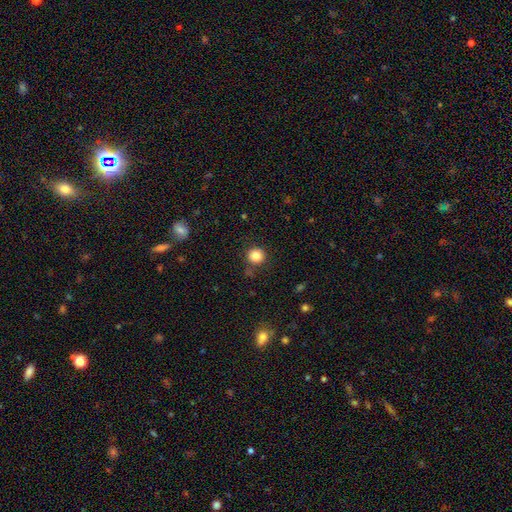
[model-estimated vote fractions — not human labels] Q: Smooth or featured?
A: smooth (84%); runner-up: star or artifact (11%)
Q: How rounded?
A: round (91%); runner-up: in between (8%)
Q: Merging?
A: none (84%); runner-up: minor disturbance (9%)